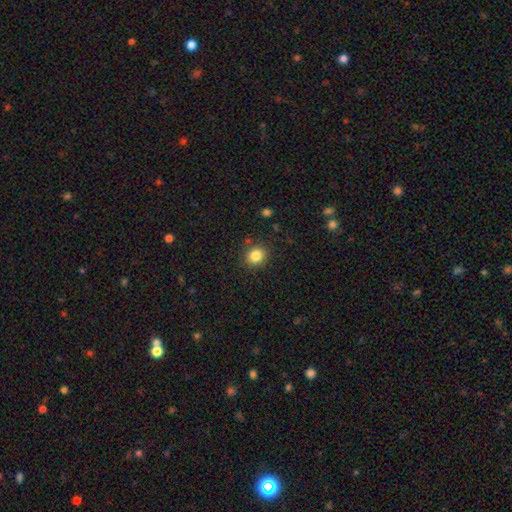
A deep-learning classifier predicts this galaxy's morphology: Smooth or featured?
  - smooth: 83% *
  - star or artifact: 11%
  - featured or disk: 5%
How rounded?
  - round: 82% *
  - in between: 17%
  - cigar-shaped: 1%
Merging?
  - none: 87% *
  - minor disturbance: 8%
  - major disturbance: 3%
  - merger: 2%